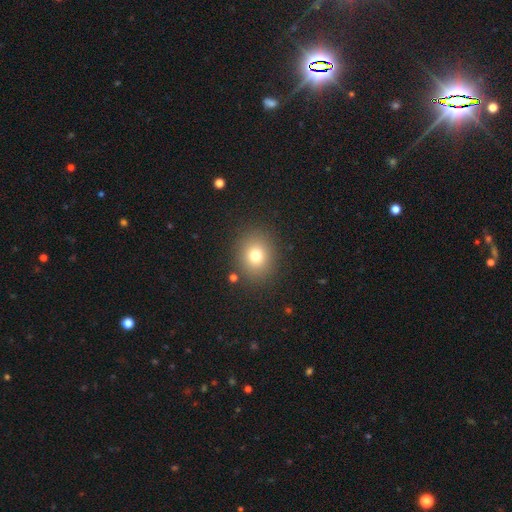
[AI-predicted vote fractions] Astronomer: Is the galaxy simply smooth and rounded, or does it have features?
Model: smooth — 75%.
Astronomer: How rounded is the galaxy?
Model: round — 72%.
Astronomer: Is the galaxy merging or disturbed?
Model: none — 87%.